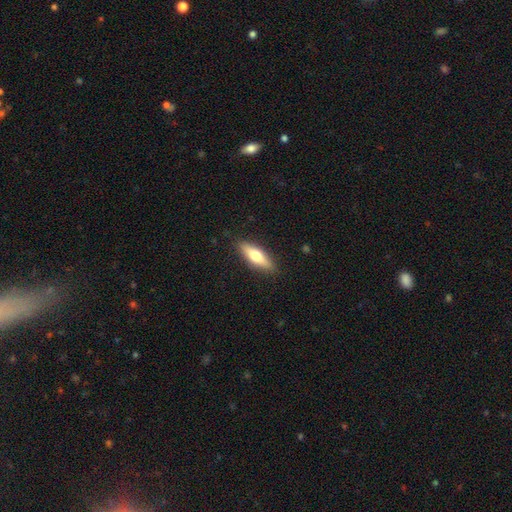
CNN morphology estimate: smooth_or_featured: smooth (p=0.59) [alt: featured or disk p=0.35]
how_rounded: cigar-shaped (p=0.52) [alt: in between p=0.46]
merging: none (p=0.88) [alt: minor disturbance p=0.09]